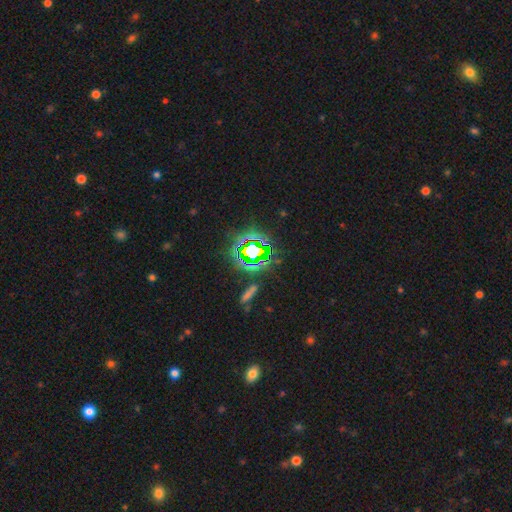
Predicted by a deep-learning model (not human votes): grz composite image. It shows a star or artifact, not a galaxy (70%).